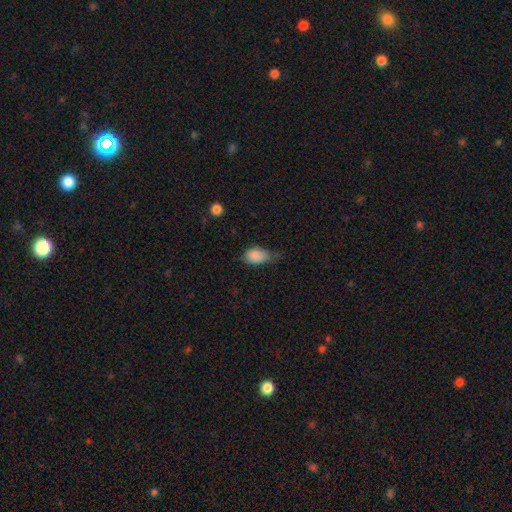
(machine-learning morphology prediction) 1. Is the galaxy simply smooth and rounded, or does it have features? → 85% smooth, 8% star or artifact, 6% featured or disk.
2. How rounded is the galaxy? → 87% in between, 11% round, 2% cigar-shaped.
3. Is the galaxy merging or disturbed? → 47% minor disturbance, 32% none, 18% major disturbance, 3% merger.